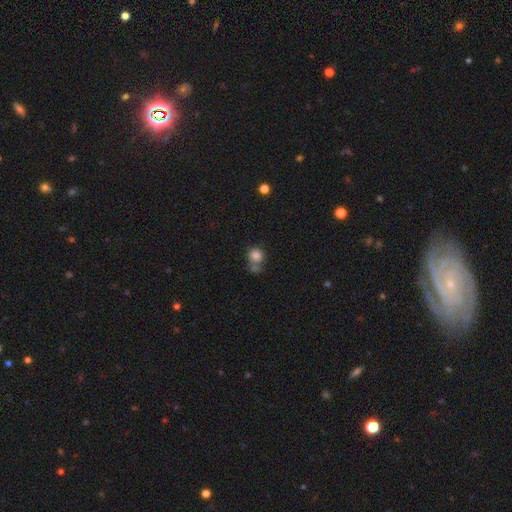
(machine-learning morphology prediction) Smooth or featured? Predicted: smooth (p=0.82). How rounded? Predicted: round (p=0.78). Merging? Predicted: none (p=0.45).